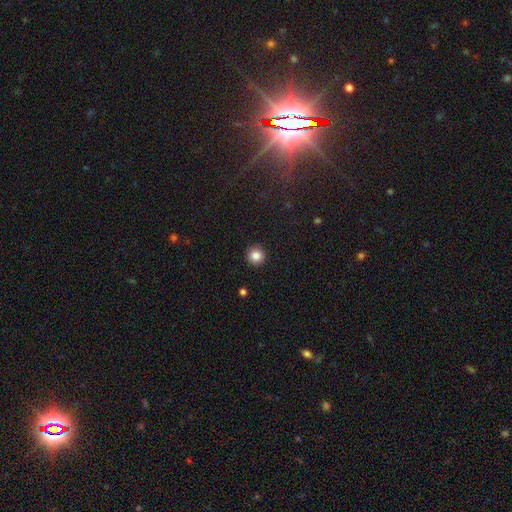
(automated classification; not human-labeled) Morphology: type=smooth (85%); roundness=round (96%); merging=none (93%).